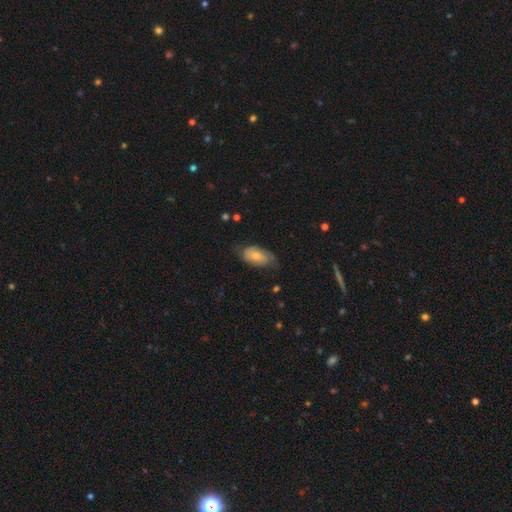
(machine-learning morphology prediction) Smooth or featured?
  - smooth: 67% *
  - featured or disk: 27%
  - star or artifact: 7%
How rounded?
  - in between: 92% *
  - round: 4%
  - cigar-shaped: 4%
Merging?
  - none: 56% *
  - minor disturbance: 32%
  - major disturbance: 11%
  - merger: 1%